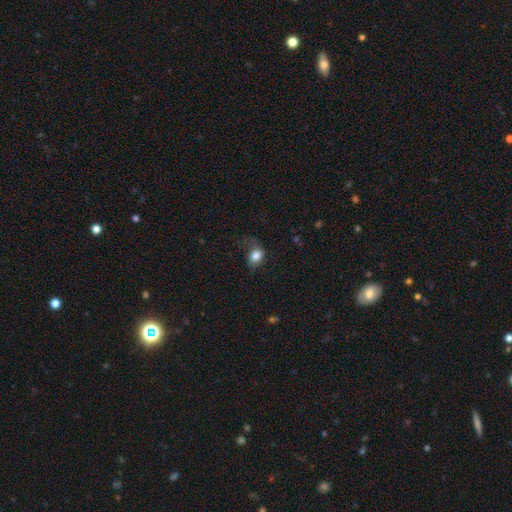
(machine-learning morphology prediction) The model was most divided on "merging": none: 41%, major disturbance: 30%, minor disturbance: 27%, merger: 2%. More confident: smooth or featured — smooth (80%); how rounded — in between (61%).